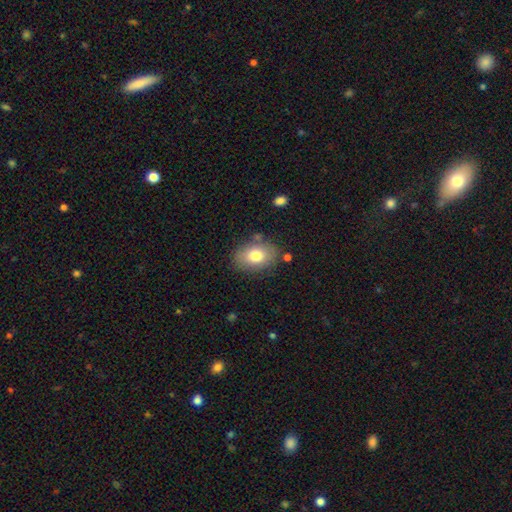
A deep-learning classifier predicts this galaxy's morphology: The model was most divided on "how rounded": in between: 80%, round: 19%, cigar-shaped: 1%. More confident: merging — none (79%); smooth or featured — smooth (76%).